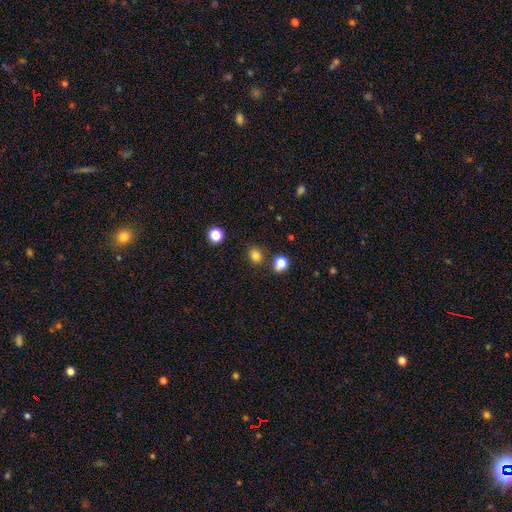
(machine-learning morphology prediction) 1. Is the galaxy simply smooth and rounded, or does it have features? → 81% smooth, 14% star or artifact, 5% featured or disk.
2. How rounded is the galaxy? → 65% round, 34% in between, 1% cigar-shaped.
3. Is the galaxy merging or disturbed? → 80% none, 11% minor disturbance, 6% merger, 3% major disturbance.